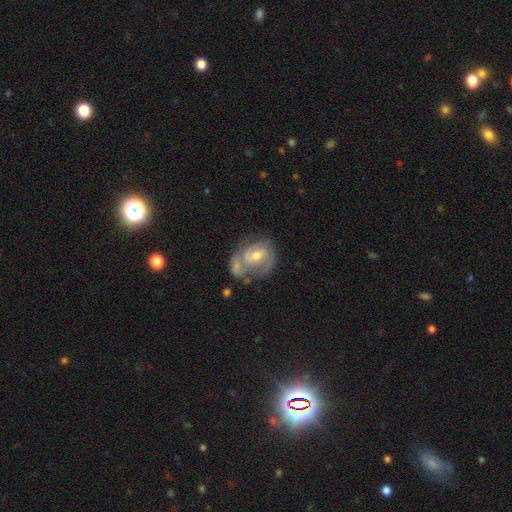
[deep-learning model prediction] Smooth or featured: featured or disk — 71% (smooth — 22%)
Edge-on disk: no — 97% (yes — 3%)
Bar: no — 49% (weak — 41%)
Spiral arms: yes — 80% (no — 20%)
Spiral winding: tight — 45% (medium — 40%)
Spiral arm count: 2 — 56% (can't tell — 24%)
Bulge size: moderate — 65% (small — 29%)
Merging: none — 37% (merger — 29%)